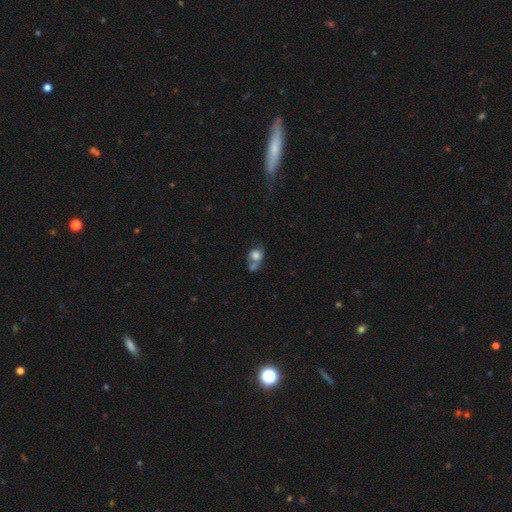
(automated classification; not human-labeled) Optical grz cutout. It shows a smooth galaxy with no disk features (76%) that is round (63%). Merging: merger (46%).